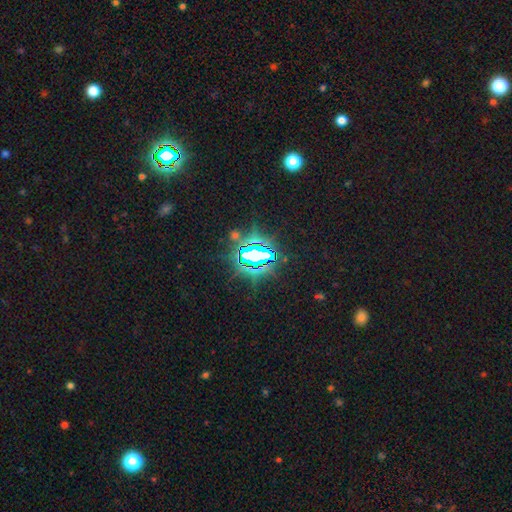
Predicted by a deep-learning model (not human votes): Smooth or featured? star or artifact (80%)